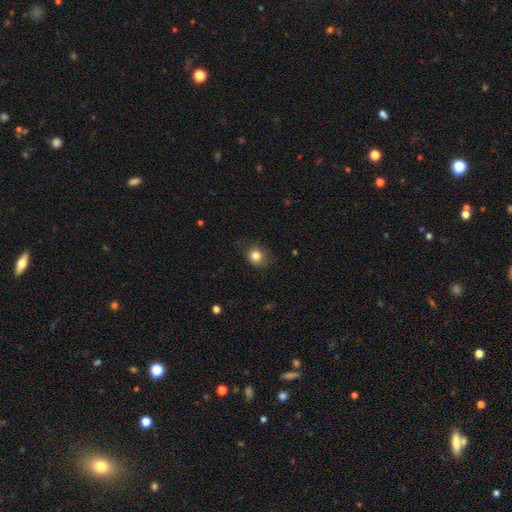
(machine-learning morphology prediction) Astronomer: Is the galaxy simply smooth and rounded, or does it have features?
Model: smooth — 83%.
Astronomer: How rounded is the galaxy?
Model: round — 78%.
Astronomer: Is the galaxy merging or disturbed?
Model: none — 77%.